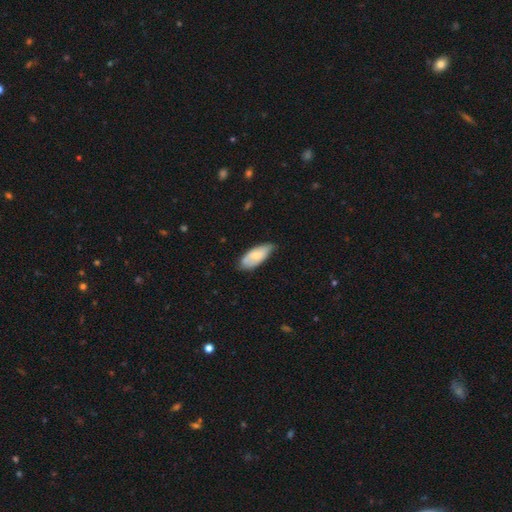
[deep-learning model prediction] The model was most divided on "merging": none: 56%, minor disturbance: 36%, major disturbance: 6%, merger: 2%. More confident: how rounded — in between (87%); smooth or featured — smooth (69%).